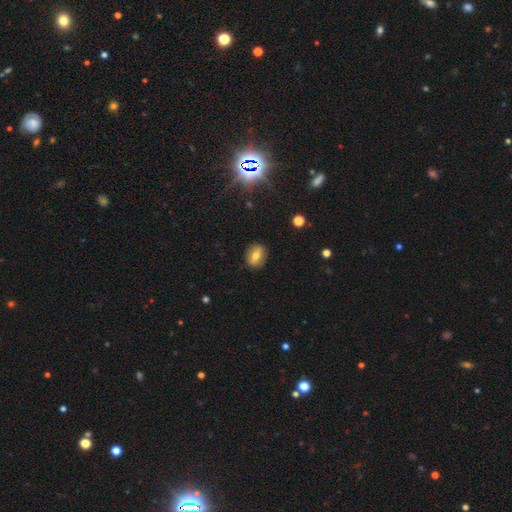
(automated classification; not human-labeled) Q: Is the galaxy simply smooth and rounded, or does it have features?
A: smooth — 60%.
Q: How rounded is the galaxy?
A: round — 50%.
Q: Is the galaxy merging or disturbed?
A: none — 86%.